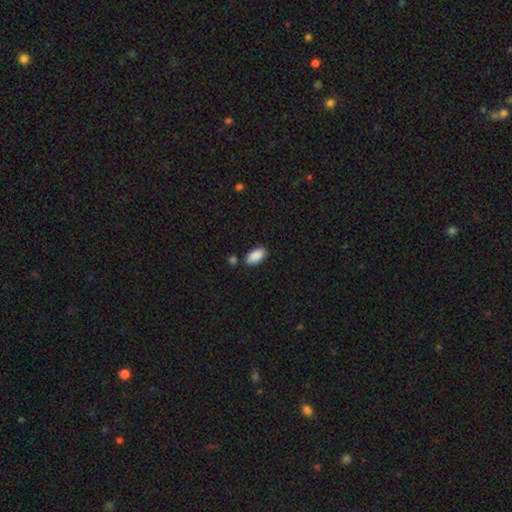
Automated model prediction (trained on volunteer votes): Smooth or featured? Predicted: smooth (p=0.90). How rounded? Predicted: in between (p=0.93). Merging? Predicted: none (p=0.81).